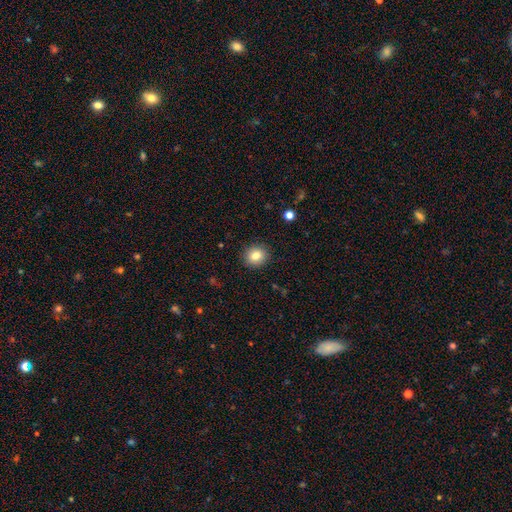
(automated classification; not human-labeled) smooth-or-featured: smooth: 83% | star or artifact: 10% | featured or disk: 7%
  how-rounded: round: 80% | in between: 19% | cigar-shaped: 1%
  merging: none: 91% | minor disturbance: 6% | major disturbance: 2% | merger: 1%